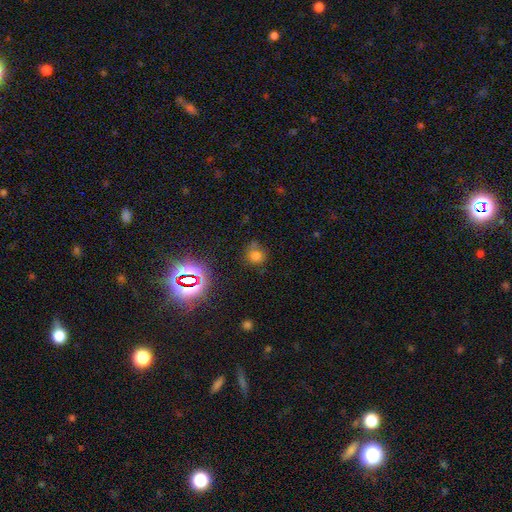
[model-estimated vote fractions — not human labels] This is likely a smooth galaxy (67%). How rounded: clearly round (84%). Merging: likely none (67%).